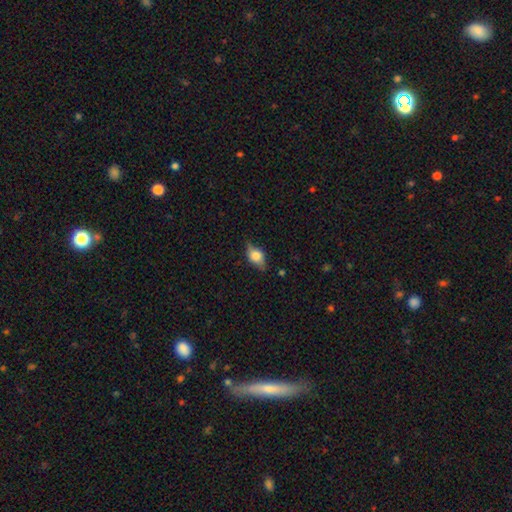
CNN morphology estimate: This is possibly a smooth galaxy (50%). How rounded: likely in between (72%). Merging: likely none (73%).